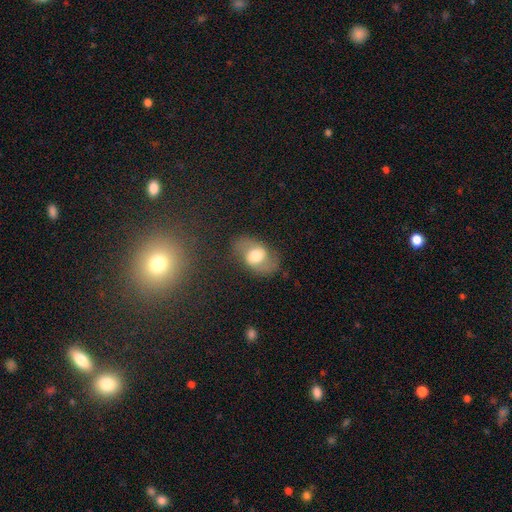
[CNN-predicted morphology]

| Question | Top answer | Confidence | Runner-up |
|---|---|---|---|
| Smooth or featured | featured or disk | 50% | smooth (41%) |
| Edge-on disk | no | 94% | yes (6%) |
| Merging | none | 68% | minor disturbance (20%) |